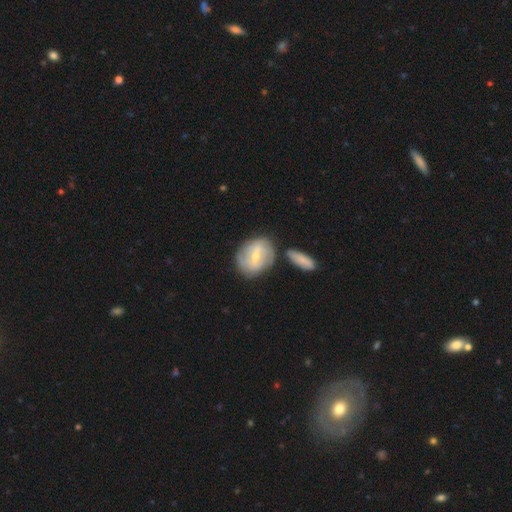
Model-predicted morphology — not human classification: Smooth or featured? featured or disk (61%)
Edge-on disk? no (95%)
Bar? weak (52%)
Spiral arms? yes (71%)
Bulge size? small (55%)
Merging? none (67%)